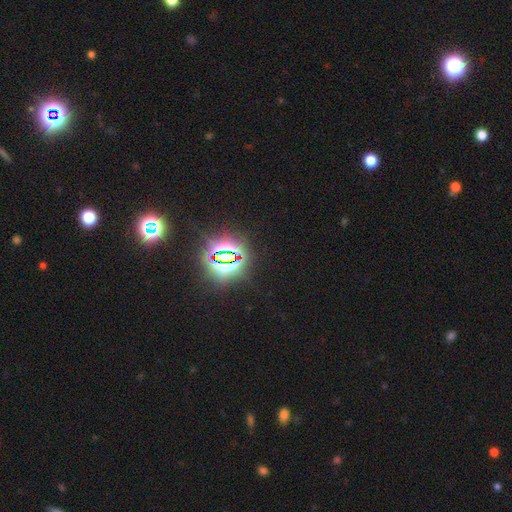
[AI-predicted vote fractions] The model was most divided on "smooth or featured": star or artifact: 82%, smooth: 12%, featured or disk: 6%.